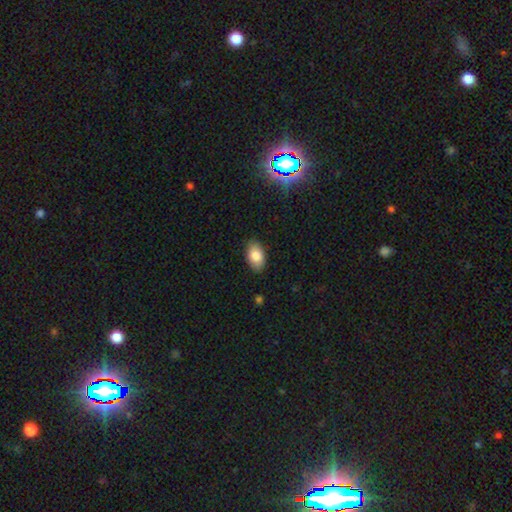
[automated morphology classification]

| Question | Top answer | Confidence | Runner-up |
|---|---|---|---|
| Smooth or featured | smooth | 83% | featured or disk (10%) |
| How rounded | in between | 93% | round (5%) |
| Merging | none | 87% | minor disturbance (10%) |